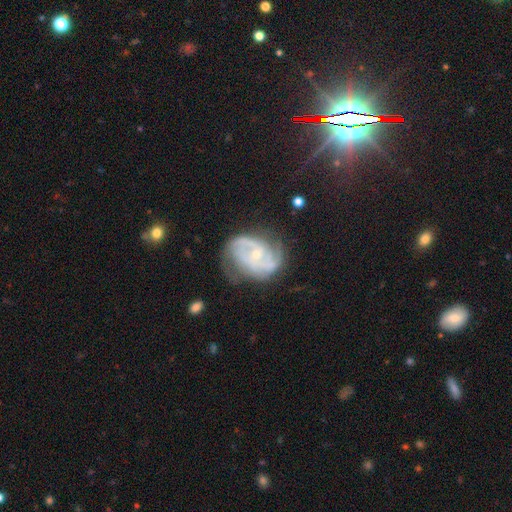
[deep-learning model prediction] The model was most divided on "spiral winding": tight: 43%, medium: 42%, loose: 14%. Remaining: edge-on disk — no (97%); spiral arms — yes (93%); smooth or featured — featured or disk (84%); bulge size — small (67%); bar — no (62%); merging — none (58%); spiral arm count — 2 (45%).